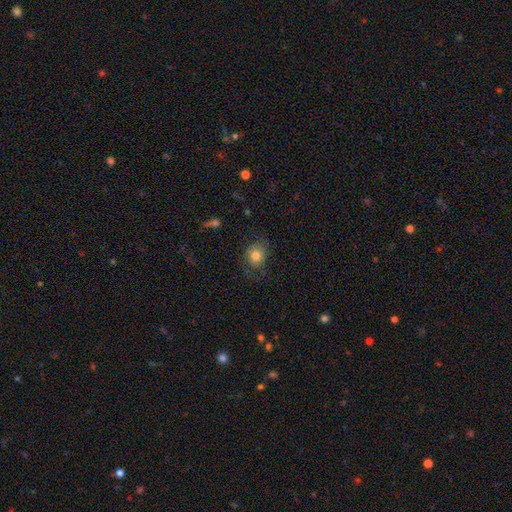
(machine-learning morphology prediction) This is likely a smooth galaxy (75%). How rounded: likely round (60%). Merging: likely none (62%).